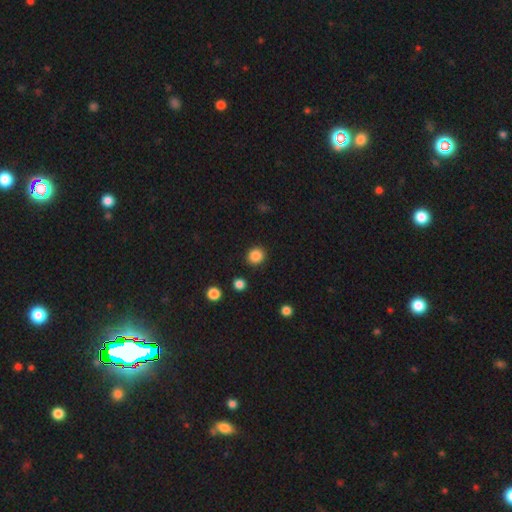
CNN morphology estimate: Overall: smooth (87%). How rounded: round (88%). Merging: none (90%).